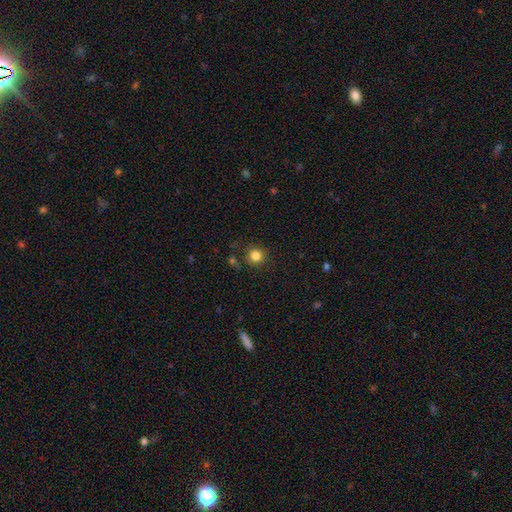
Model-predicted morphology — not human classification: Smooth or featured?
  - smooth: 83% *
  - star or artifact: 12%
  - featured or disk: 5%
How rounded?
  - round: 92% *
  - in between: 8%
  - cigar-shaped: 1%
Merging?
  - none: 83% *
  - minor disturbance: 10%
  - major disturbance: 3%
  - merger: 3%